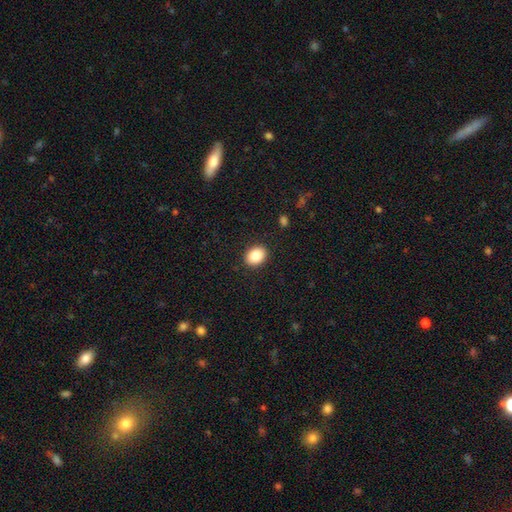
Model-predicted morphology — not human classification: smooth 86%, star or artifact 8%, featured or disk 5%. Down the decision tree: how rounded — in between (56%); merging — none (90%).